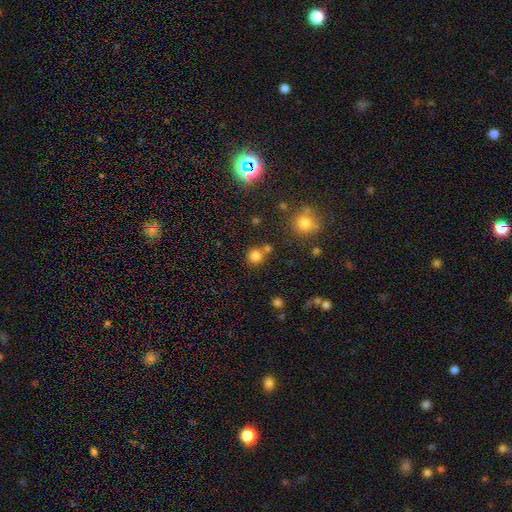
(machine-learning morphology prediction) smooth-or-featured: smooth: 78% | star or artifact: 15% | featured or disk: 6%
  how-rounded: round: 90% | in between: 9% | cigar-shaped: 1%
  merging: none: 65% | merger: 23% | minor disturbance: 9% | major disturbance: 3%